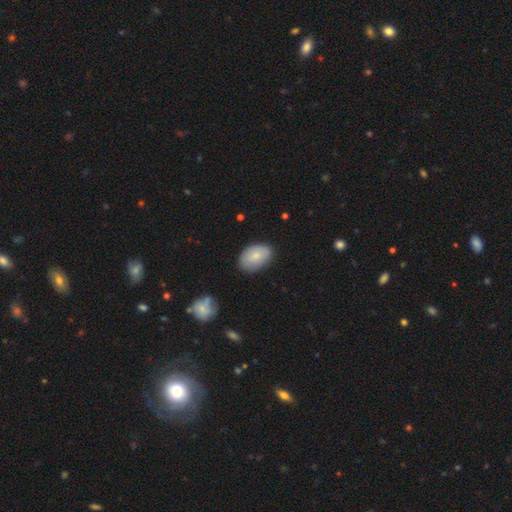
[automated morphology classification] type=smooth (80%); roundness=in between (90%); merging=none (80%).